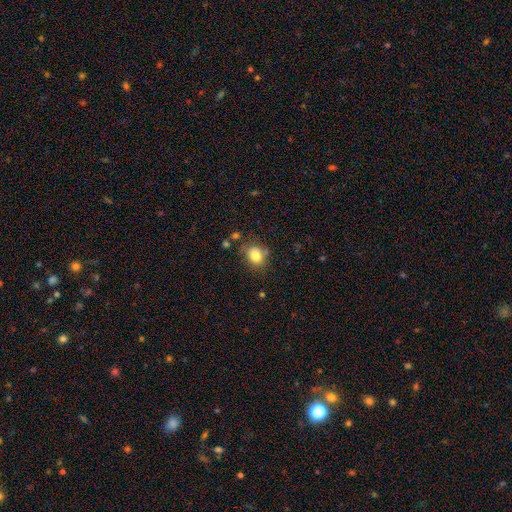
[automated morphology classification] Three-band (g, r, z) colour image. It shows a smooth galaxy with no disk features (81%) that is round (56%). Merging: none (70%).